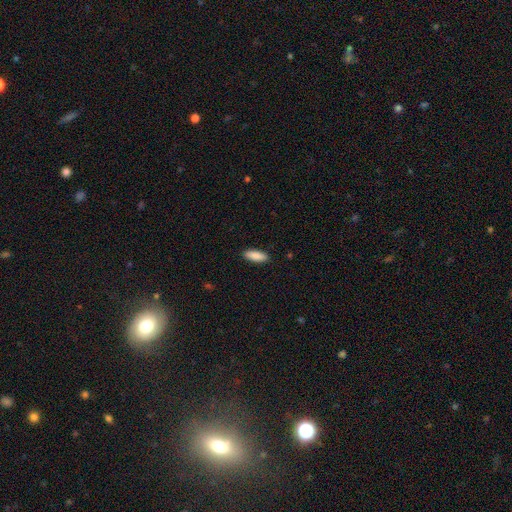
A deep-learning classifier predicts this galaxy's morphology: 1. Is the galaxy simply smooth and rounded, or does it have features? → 88% smooth, 7% featured or disk, 6% star or artifact.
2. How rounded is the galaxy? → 66% in between, 32% cigar-shaped, 2% round.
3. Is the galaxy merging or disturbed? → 90% none, 7% minor disturbance, 2% major disturbance, 1% merger.